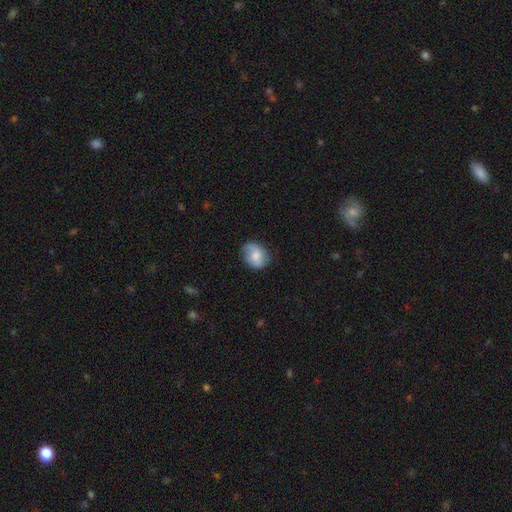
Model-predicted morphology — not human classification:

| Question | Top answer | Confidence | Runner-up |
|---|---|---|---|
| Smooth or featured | smooth | 59% | featured or disk (34%) |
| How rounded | in between | 50% | round (49%) |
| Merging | none | 74% | minor disturbance (20%) |